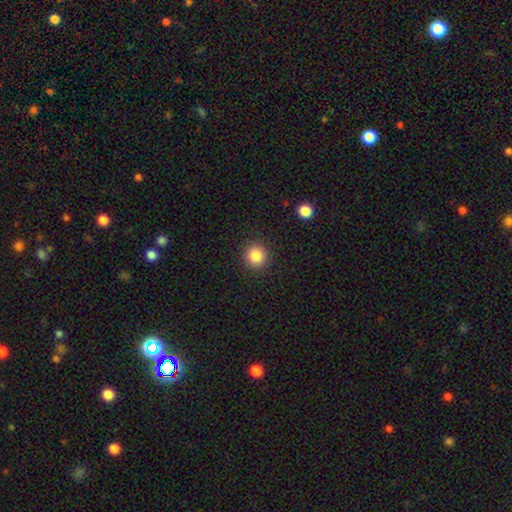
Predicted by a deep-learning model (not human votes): A smooth galaxy with no disk features (85%) that is round (93%).

Vote fractions:
- Smooth or featured? smooth: 85% / star or artifact: 10% / featured or disk: 5%
- How rounded? round: 93% / in between: 6% / cigar-shaped: 1%
- Merging? none: 91% / minor disturbance: 6% / major disturbance: 2% / merger: 1%